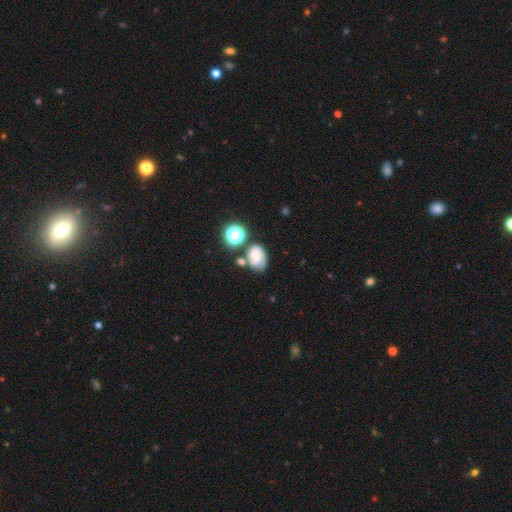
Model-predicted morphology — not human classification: Smooth or featured? Predicted: featured or disk (p=0.44). Merging? Predicted: none (p=0.49).